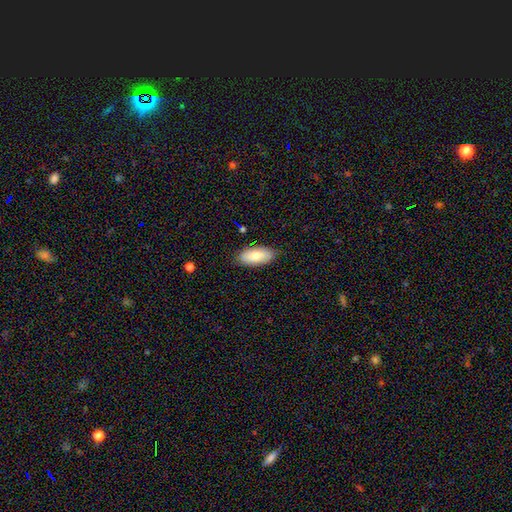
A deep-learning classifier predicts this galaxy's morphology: type=smooth (76%); roundness=in between (91%); merging=none (84%).